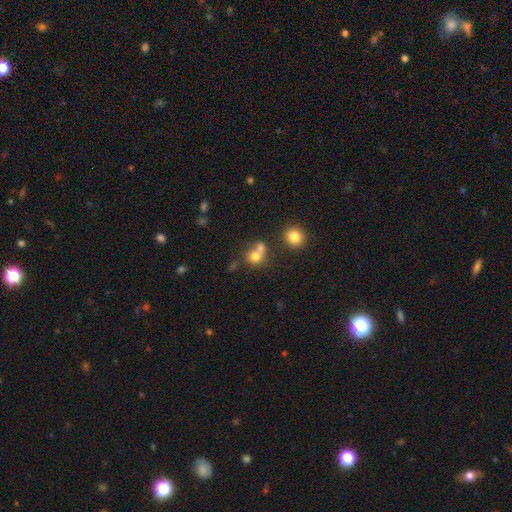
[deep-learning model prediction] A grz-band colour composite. It shows a smooth galaxy with no disk features (75%) that is round (77%). Merging: merger (46%).